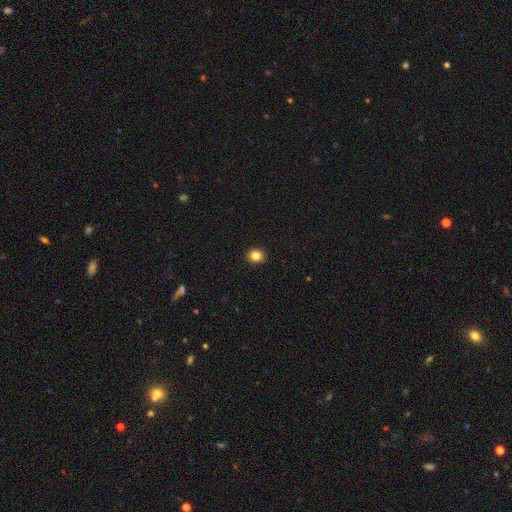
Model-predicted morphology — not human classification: The model was most divided on "how rounded": round: 66%, in between: 33%, cigar-shaped: 1%. More confident: merging — none (92%); smooth or featured — smooth (84%).